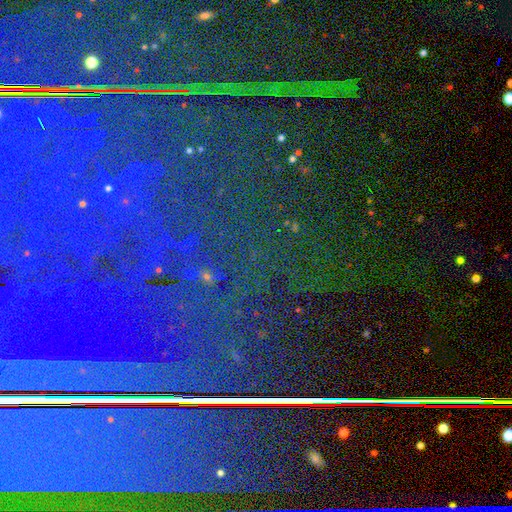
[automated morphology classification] The model was most divided on "smooth or featured": star or artifact: 86%, featured or disk: 8%, smooth: 7%.